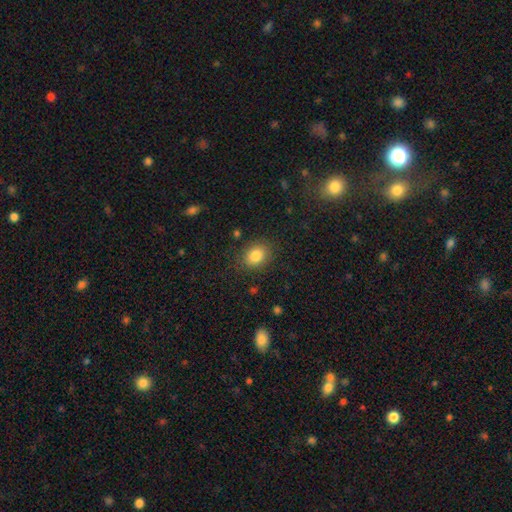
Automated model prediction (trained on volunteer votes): This is clearly a smooth galaxy (83%). How rounded: possibly in between (56%). Merging: clearly none (84%).